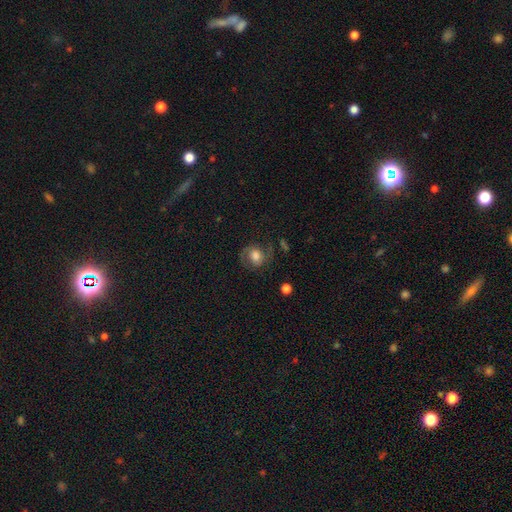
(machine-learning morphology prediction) A featured or disk galaxy (50%).

Vote fractions:
- Smooth or featured? featured or disk: 50% / smooth: 41% / star or artifact: 9%
- Edge-on disk? no: 97% / yes: 3%
- Merging? none: 66% / minor disturbance: 18% / major disturbance: 14% / merger: 2%